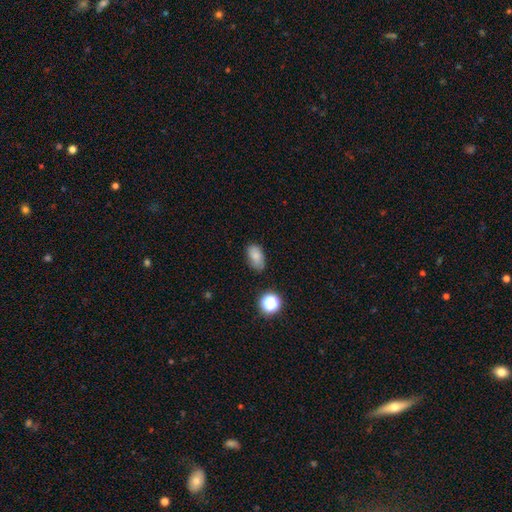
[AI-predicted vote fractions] Smooth or featured? Predicted: smooth (p=0.79). How rounded? Predicted: in between (p=0.89). Merging? Predicted: none (p=0.73).